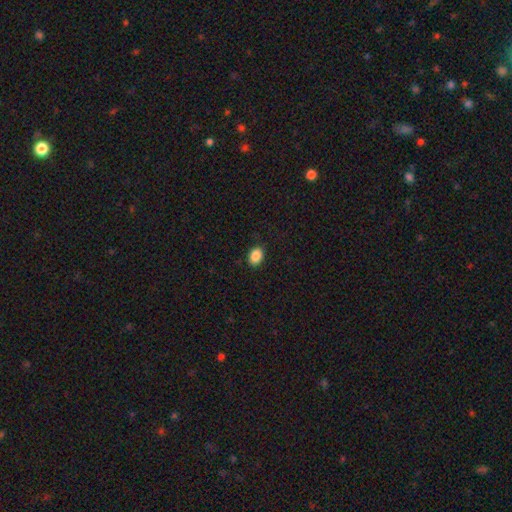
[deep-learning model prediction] The model was most divided on "how rounded": in between: 74%, round: 25%, cigar-shaped: 1%. More confident: smooth or featured — smooth (88%); merging — none (87%).